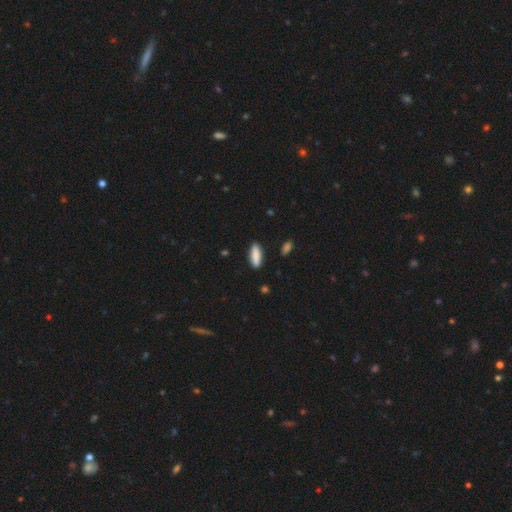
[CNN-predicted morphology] smooth-or-featured: smooth: 87% | featured or disk: 7% | star or artifact: 6%
  how-rounded: cigar-shaped: 53% | in between: 45% | round: 2%
  merging: none: 88% | minor disturbance: 9% | major disturbance: 2% | merger: 2%